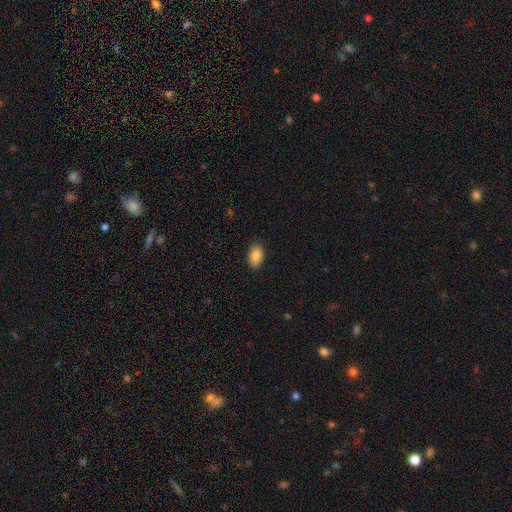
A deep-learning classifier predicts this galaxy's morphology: Smooth or featured? Predicted: smooth (p=0.86). How rounded? Predicted: in between (p=0.92). Merging? Predicted: none (p=0.88).